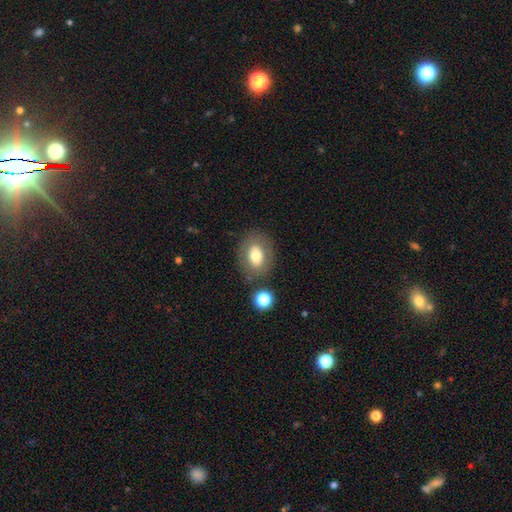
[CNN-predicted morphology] Q: Smooth or featured?
A: smooth (69%); runner-up: featured or disk (22%)
Q: How rounded?
A: in between (67%); runner-up: round (32%)
Q: Merging?
A: none (77%); runner-up: minor disturbance (12%)